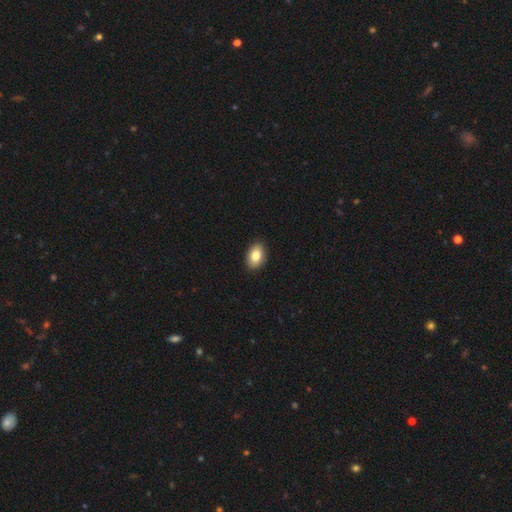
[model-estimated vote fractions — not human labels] Overall: smooth (84%). How rounded: in between (87%). Merging: none (90%).